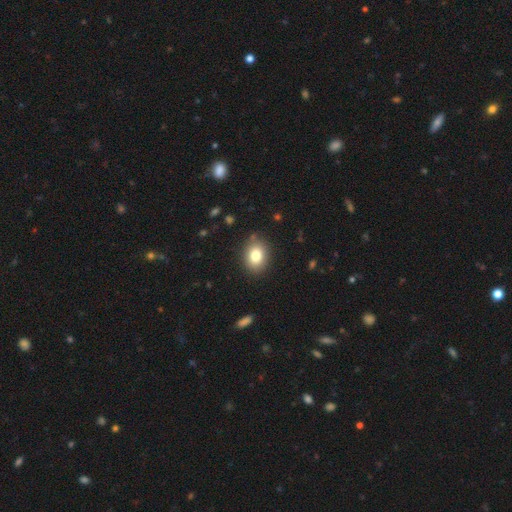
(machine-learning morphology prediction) The model was most divided on "how rounded": in between: 62%, round: 37%, cigar-shaped: 1%. More confident: merging — none (85%); smooth or featured — smooth (81%).